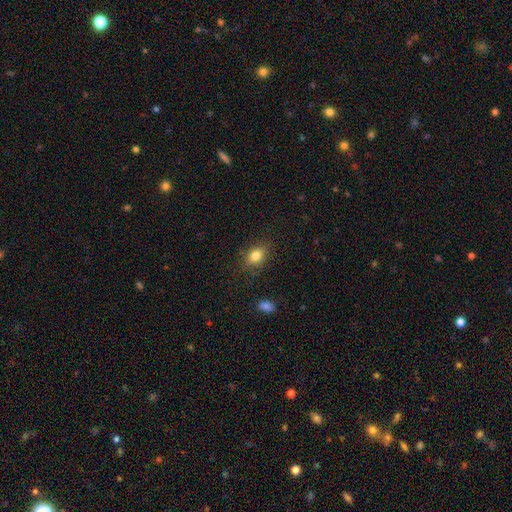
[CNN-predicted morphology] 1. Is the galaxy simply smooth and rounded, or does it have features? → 82% smooth, 10% star or artifact, 8% featured or disk.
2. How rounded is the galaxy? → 70% in between, 28% round, 2% cigar-shaped.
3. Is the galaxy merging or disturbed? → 81% none, 14% minor disturbance, 4% major disturbance, 1% merger.